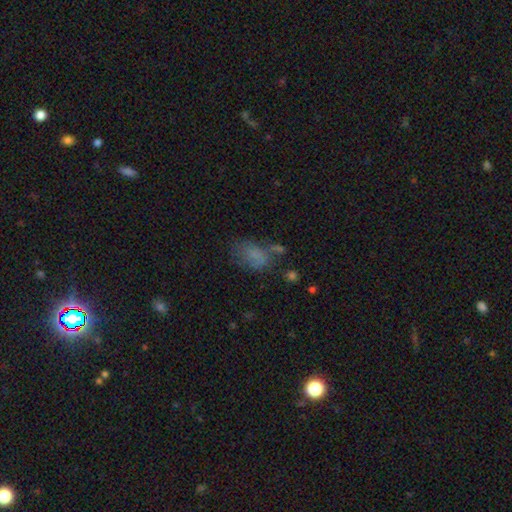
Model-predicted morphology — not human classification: type=smooth (62%); roundness=in between (84%); merging=none (37%).